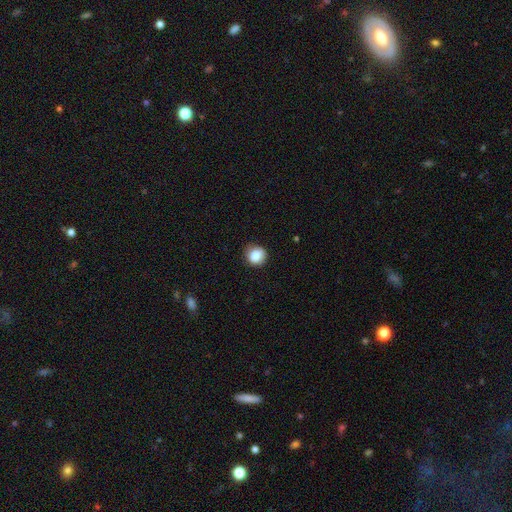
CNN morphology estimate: A smooth galaxy with no disk features (85%) that is round (88%). Merging: none (81%).